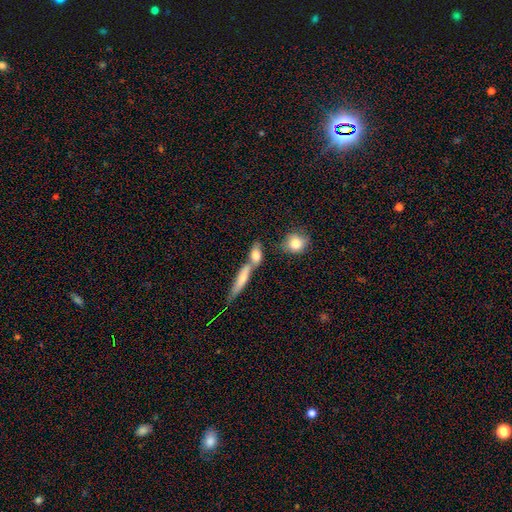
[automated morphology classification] smooth 71%, featured or disk 20%, star or artifact 9%. Down the decision tree: how rounded — in between (48%); merging — none (45%).